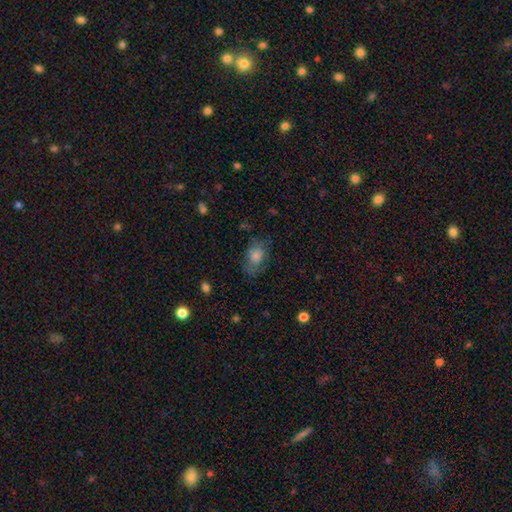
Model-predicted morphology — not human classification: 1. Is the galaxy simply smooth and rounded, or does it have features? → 63% smooth, 21% featured or disk, 16% star or artifact.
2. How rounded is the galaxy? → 77% in between, 20% round, 3% cigar-shaped.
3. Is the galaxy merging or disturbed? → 68% none, 21% minor disturbance, 9% major disturbance, 2% merger.